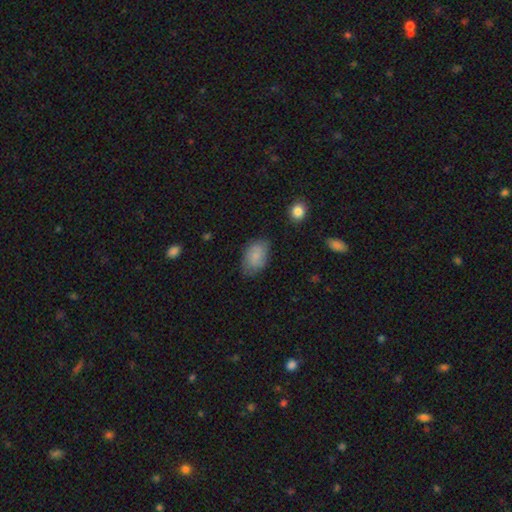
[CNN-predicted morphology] smooth-or-featured: smooth: 79% | featured or disk: 13% | star or artifact: 7%
  how-rounded: in between: 89% | round: 9% | cigar-shaped: 1%
  merging: none: 71% | minor disturbance: 22% | major disturbance: 5% | merger: 2%